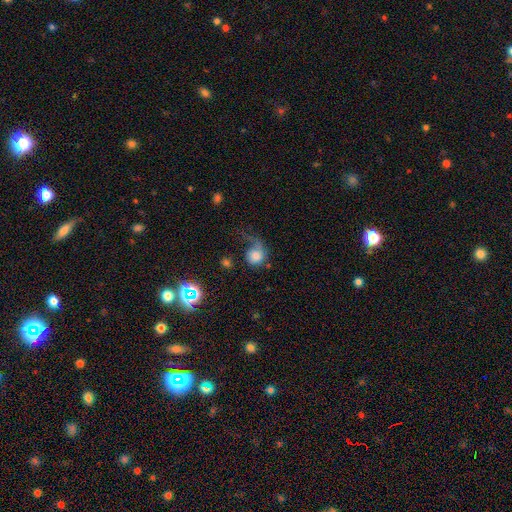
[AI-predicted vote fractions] Overall: smooth (63%; featured or disk 27%). How rounded: round (76%). Merging: major disturbance (50%; none 25%).